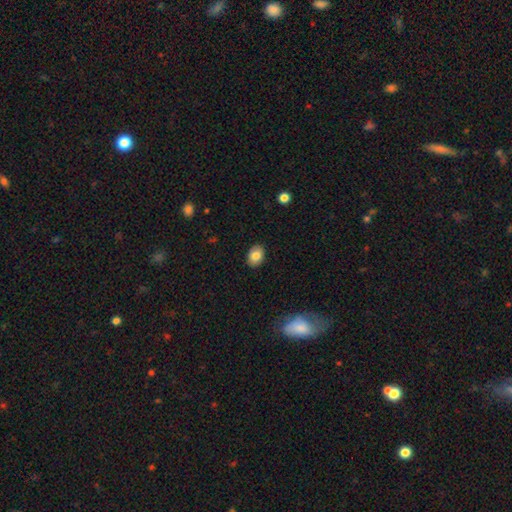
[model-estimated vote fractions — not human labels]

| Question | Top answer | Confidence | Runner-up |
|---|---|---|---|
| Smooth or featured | smooth | 83% | featured or disk (9%) |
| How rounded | in between | 72% | round (27%) |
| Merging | none | 89% | minor disturbance (8%) |